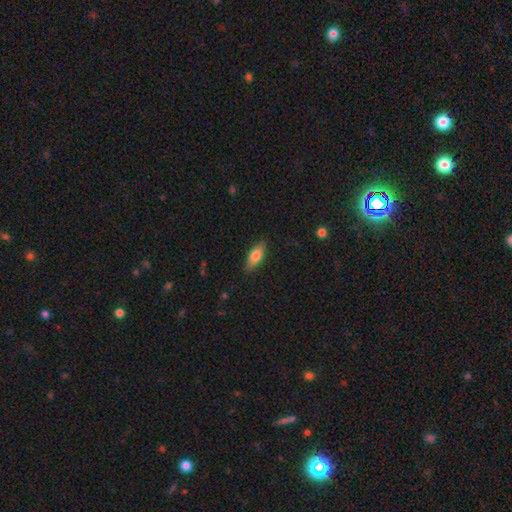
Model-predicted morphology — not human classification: A smooth galaxy with no disk features (76%) that is in between round and cigar-shaped (75%). Merging: none (85%).